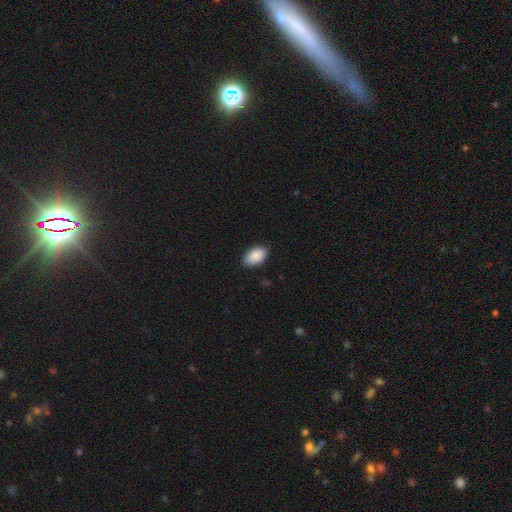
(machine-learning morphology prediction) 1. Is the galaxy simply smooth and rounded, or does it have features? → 89% smooth, 6% star or artifact, 4% featured or disk.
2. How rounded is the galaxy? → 93% in between, 6% round, 1% cigar-shaped.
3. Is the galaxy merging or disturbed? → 86% none, 11% minor disturbance, 2% major disturbance, 1% merger.